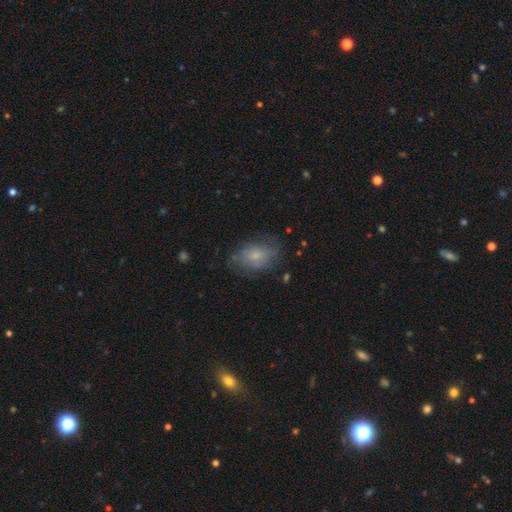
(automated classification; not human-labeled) Q: Smooth or featured?
A: smooth (61%); runner-up: featured or disk (30%)
Q: How rounded?
A: in between (83%); runner-up: round (15%)
Q: Merging?
A: none (62%); runner-up: minor disturbance (25%)